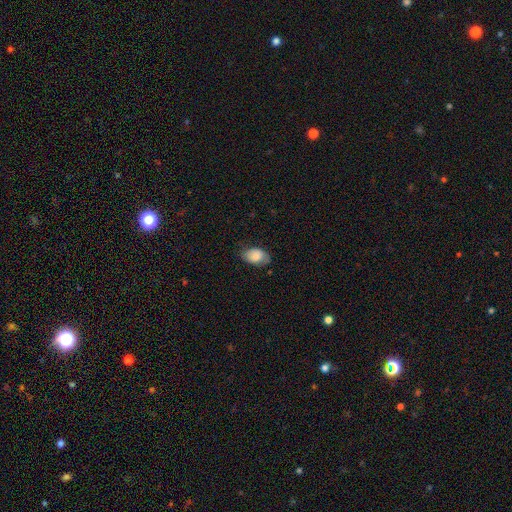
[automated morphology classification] Smooth or featured? Predicted: smooth (p=0.77). How rounded? Predicted: in between (p=0.90). Merging? Predicted: none (p=0.70).